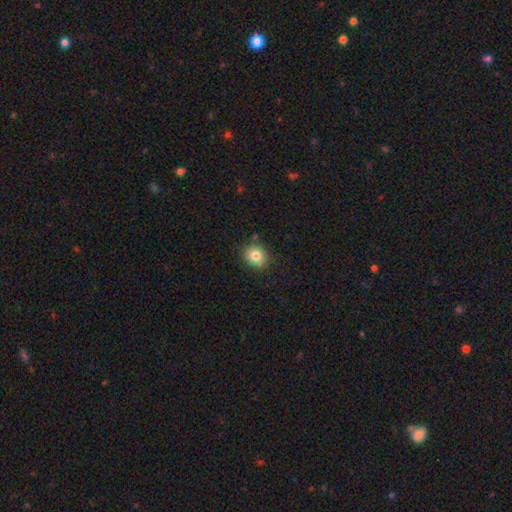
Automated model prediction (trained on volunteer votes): Smooth or featured: smooth — 82% (star or artifact — 10%)
How rounded: round — 72% (in between — 27%)
Merging: none — 81% (minor disturbance — 13%)